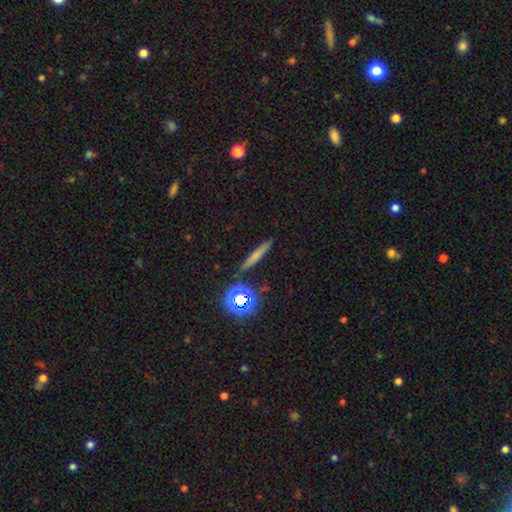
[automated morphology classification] smooth 59%, featured or disk 26%, star or artifact 15%. Down the decision tree: how rounded — cigar-shaped (89%); merging — none (88%).